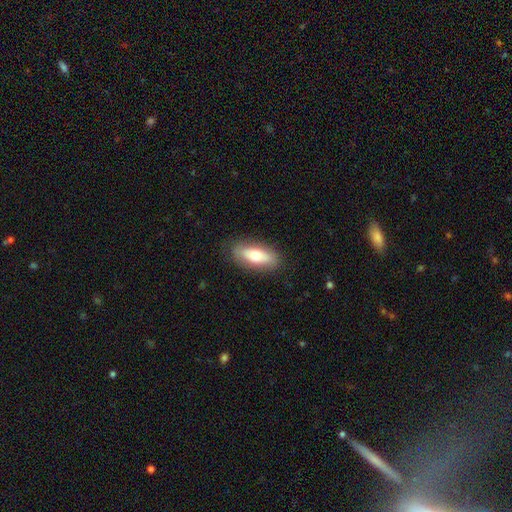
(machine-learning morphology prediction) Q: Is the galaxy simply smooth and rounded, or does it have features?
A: smooth — 66%.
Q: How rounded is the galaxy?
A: in between — 77%.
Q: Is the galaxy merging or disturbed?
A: none — 85%.